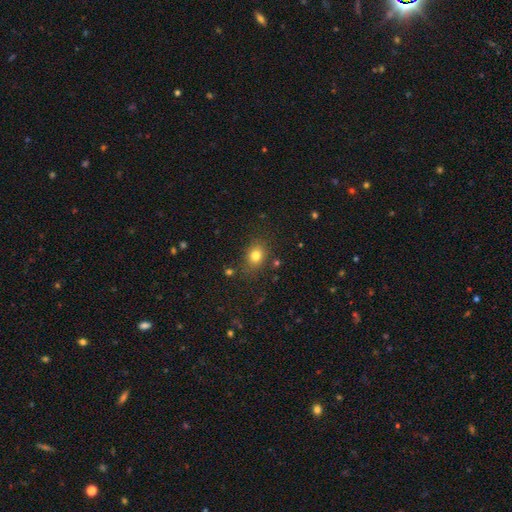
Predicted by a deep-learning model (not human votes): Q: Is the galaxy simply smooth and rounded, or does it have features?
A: smooth — 79%.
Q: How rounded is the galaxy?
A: in between — 51%.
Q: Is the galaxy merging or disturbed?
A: none — 79%.